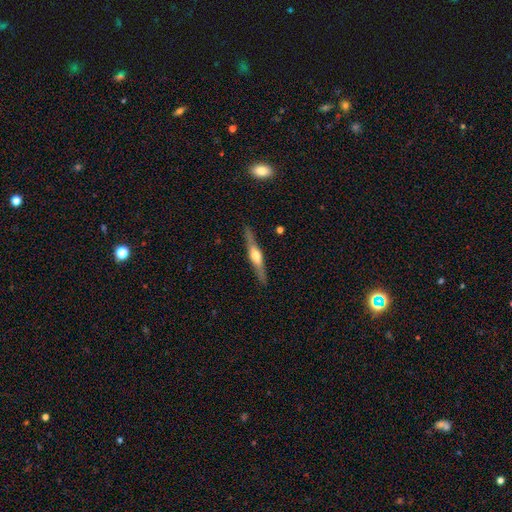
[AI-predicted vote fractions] smooth_or_featured: featured or disk (p=0.69) [alt: smooth p=0.25]
disk_edge_on: yes (p=0.96) [alt: no p=0.04]
edge_on_bulge: rounded (p=0.88) [alt: boxy p=0.08]
merging: none (p=0.88) [alt: minor disturbance p=0.09]